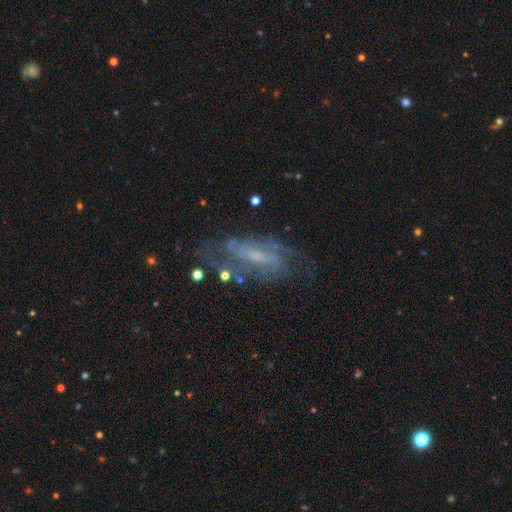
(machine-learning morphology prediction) Smooth or featured?
  - featured or disk: 77% *
  - smooth: 13%
  - star or artifact: 10%
Edge-on disk?
  - no: 88% *
  - yes: 12%
Bar?
  - weak: 47% *
  - no: 29%
  - strong: 24%
Spiral arms?
  - yes: 87% *
  - no: 13%
Spiral winding?
  - medium: 44% *
  - tight: 36%
  - loose: 19%
Spiral arm count?
  - 2: 50% *
  - can't tell: 31%
  - 3: 8%
  - 1: 4%
  - 4: 4%
  - more than 4: 3%
Bulge size?
  - small: 55% *
  - moderate: 25%
  - none: 16%
  - large: 2%
  - dominant: 1%
Merging?
  - none: 66% *
  - minor disturbance: 18%
  - major disturbance: 12%
  - merger: 4%